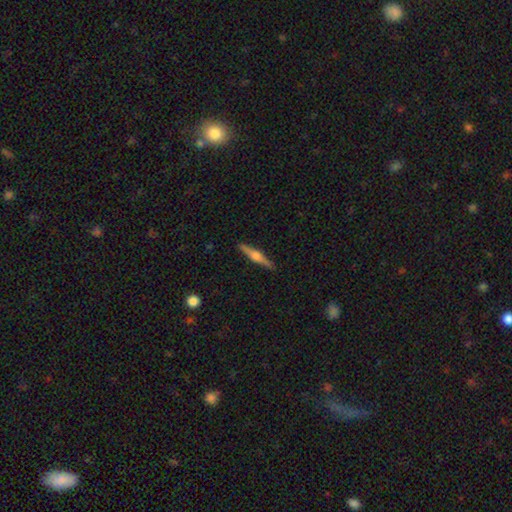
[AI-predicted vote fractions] smooth_or_featured: featured or disk (p=0.67) [alt: smooth p=0.27]
disk_edge_on: yes (p=0.98) [alt: no p=0.02]
edge_on_bulge: rounded (p=0.86) [alt: boxy p=0.10]
merging: none (p=0.91) [alt: minor disturbance p=0.07]